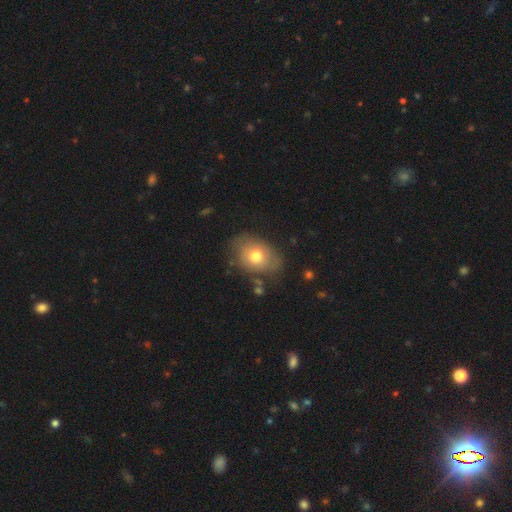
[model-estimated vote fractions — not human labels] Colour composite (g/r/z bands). It shows a smooth galaxy with no disk features (68%) that is in between round and cigar-shaped (68%). Merging: none (68%).